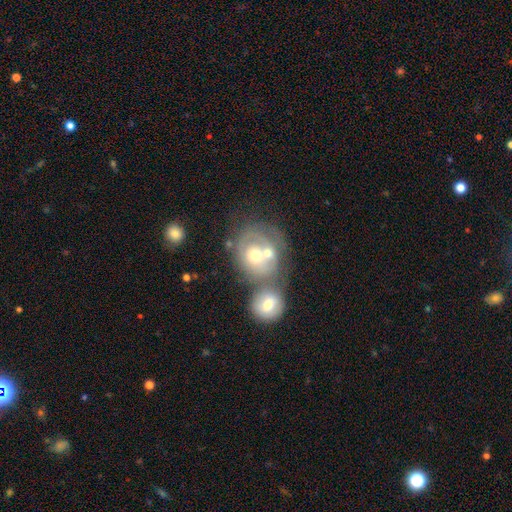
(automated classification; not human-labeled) A featured or disk galaxy (48%).

Vote fractions:
- Smooth or featured? featured or disk: 48% / smooth: 43% / star or artifact: 9%
- Merging? merger: 59% / none: 23% / minor disturbance: 10% / major disturbance: 8%